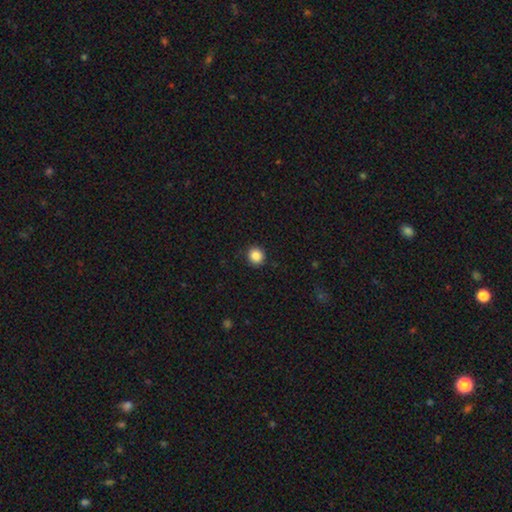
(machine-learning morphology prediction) This is clearly a smooth galaxy (87%). How rounded: clearly round (92%). Merging: clearly none (92%).